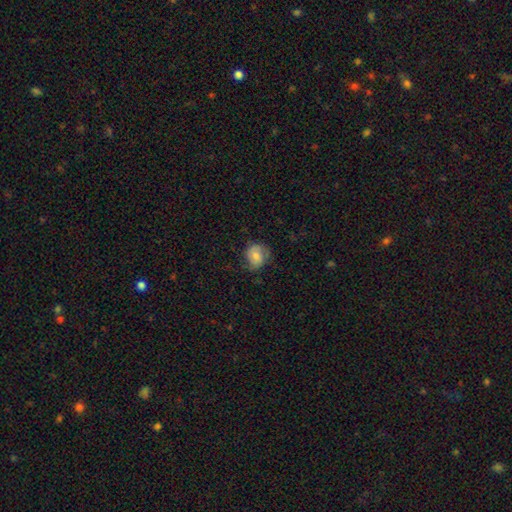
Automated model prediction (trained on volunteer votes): Smooth or featured: smooth — 69% (featured or disk — 23%)
How rounded: round — 64% (in between — 35%)
Merging: none — 61% (minor disturbance — 26%)